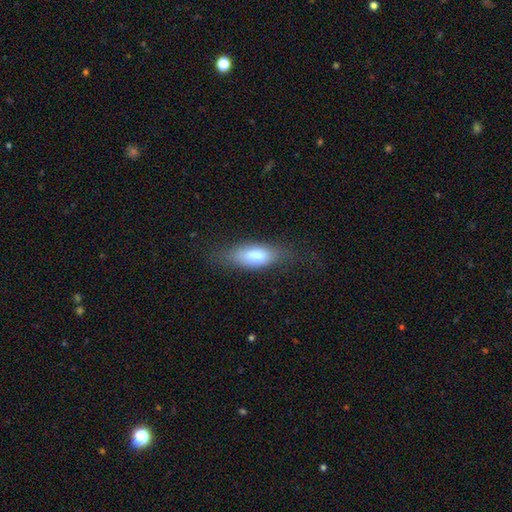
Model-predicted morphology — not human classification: This is likely a smooth galaxy (78%). How rounded: likely in between (77%). Merging: likely none (65%).